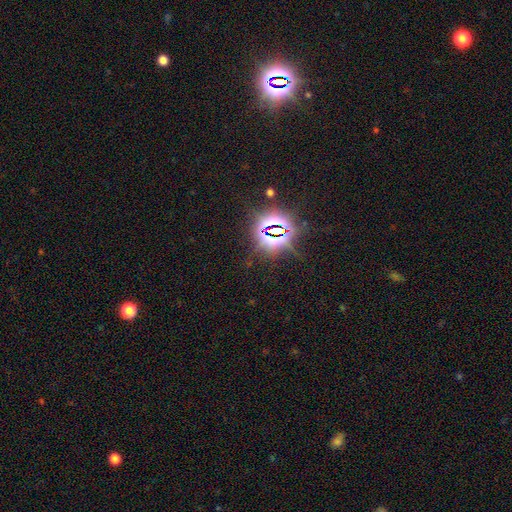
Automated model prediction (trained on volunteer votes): Morphology: type=star or artifact (82%).